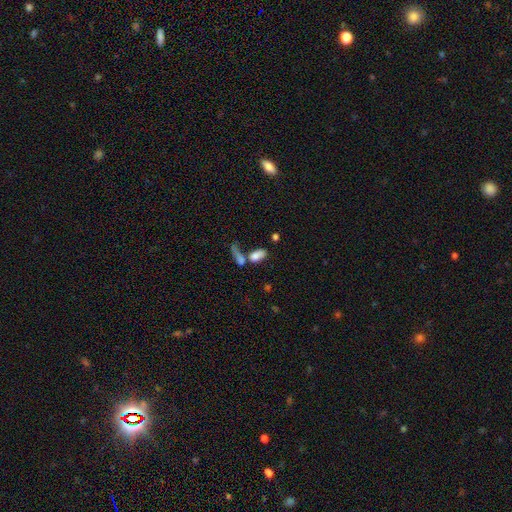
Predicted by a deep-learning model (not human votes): Smooth or featured? Predicted: smooth (p=0.73). How rounded? Predicted: in between (p=0.85). Merging? Predicted: merger (p=0.51).